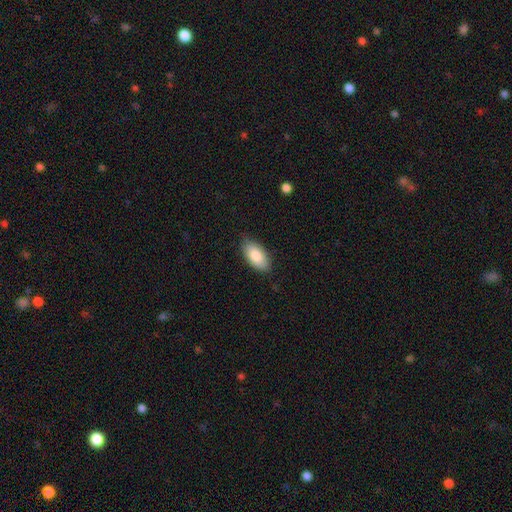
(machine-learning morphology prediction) smooth-or-featured: smooth: 86% | featured or disk: 9% | star or artifact: 6%
  how-rounded: in between: 93% | cigar-shaped: 4% | round: 3%
  merging: none: 82% | minor disturbance: 15% | major disturbance: 2% | merger: 1%